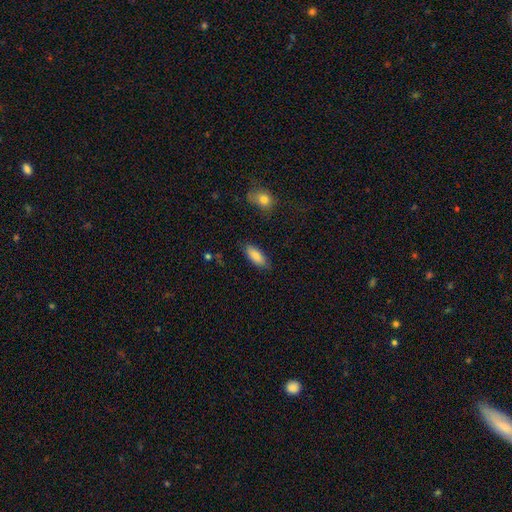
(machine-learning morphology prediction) Smooth or featured? Predicted: smooth (p=0.86). How rounded? Predicted: in between (p=0.79). Merging? Predicted: none (p=0.84).